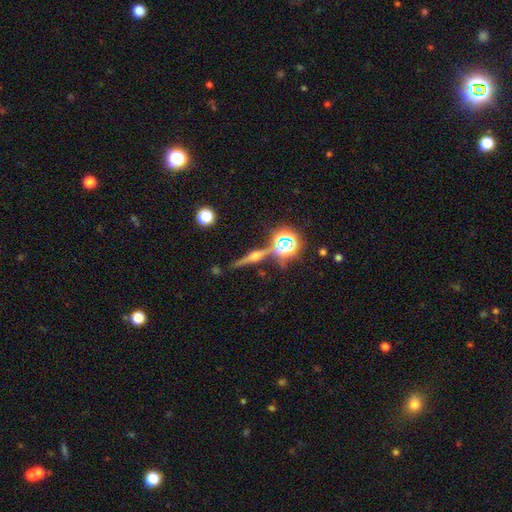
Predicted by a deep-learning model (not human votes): A featured or disk galaxy (72%) viewed edge-on (96%) with a rounded central bulge (93%).

Vote fractions:
- Smooth or featured? featured or disk: 72% / star or artifact: 16% / smooth: 12%
- Edge-on disk? yes: 96% / no: 4%
- Edge-on bulge? rounded: 93% / boxy: 5% / none: 2%
- Merging? none: 82% / minor disturbance: 9% / merger: 7% / major disturbance: 3%